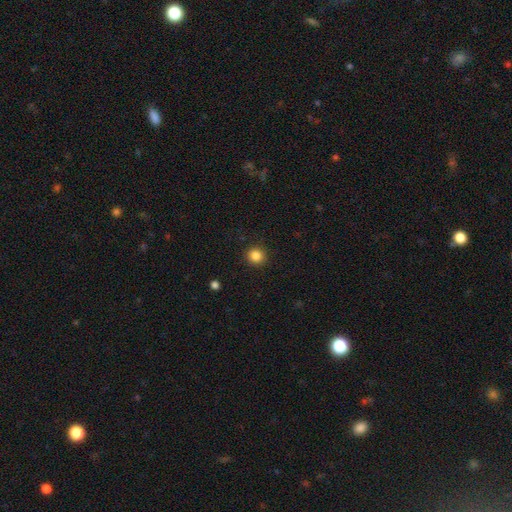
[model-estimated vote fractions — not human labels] A smooth galaxy with no disk features (85%) that is round (94%). Merging: none (92%).